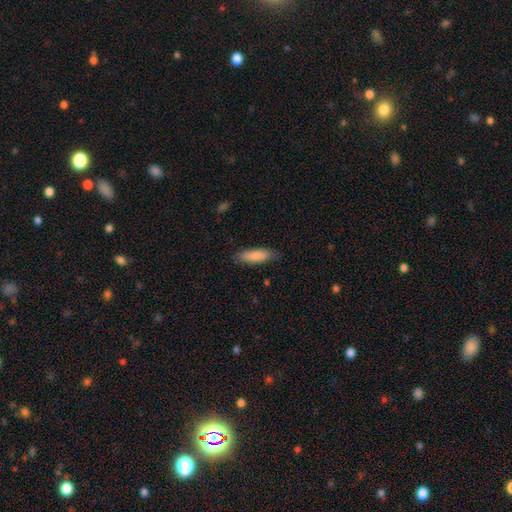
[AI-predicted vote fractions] Smooth or featured? Predicted: smooth (p=0.88). How rounded? Predicted: cigar-shaped (p=0.49, tied with in between). Merging? Predicted: none (p=0.83).